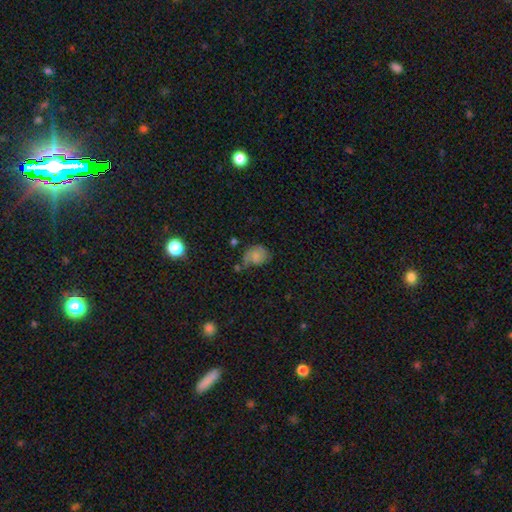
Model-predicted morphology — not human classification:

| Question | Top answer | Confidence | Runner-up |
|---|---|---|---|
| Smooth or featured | smooth | 67% | featured or disk (20%) |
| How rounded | round | 53% | in between (45%) |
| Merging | none | 40% | minor disturbance (33%) |